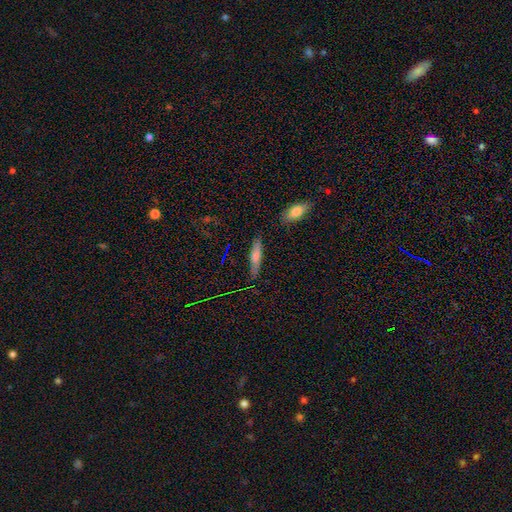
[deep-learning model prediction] The model was most divided on "smooth or featured": smooth: 68%, featured or disk: 23%, star or artifact: 9%. More confident: merging — none (83%); how rounded — cigar-shaped (79%).